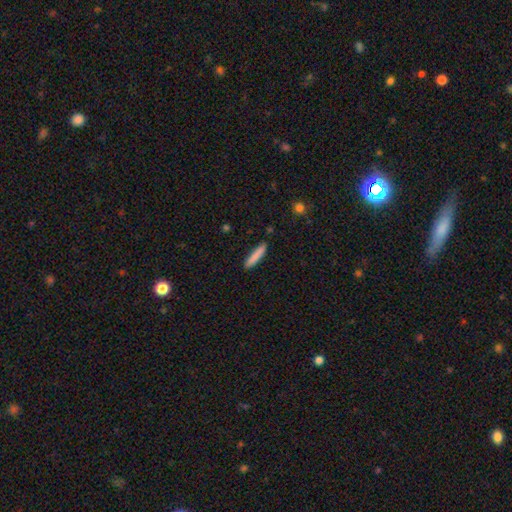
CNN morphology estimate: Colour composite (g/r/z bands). It shows a smooth galaxy with no disk features (84%) that is cigar-shaped (90%). Merging: none (88%).